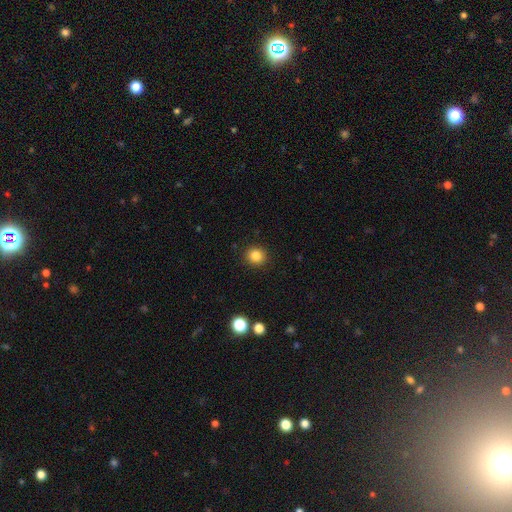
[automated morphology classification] This is clearly a smooth galaxy (84%). How rounded: clearly round (89%). Merging: clearly none (91%).